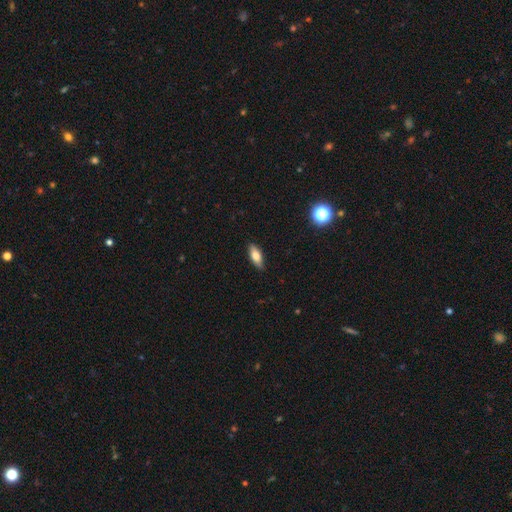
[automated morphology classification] smooth_or_featured: smooth (p=0.72) [alt: featured or disk p=0.21]
how_rounded: in between (p=0.71) [alt: cigar-shaped p=0.26]
merging: none (p=0.88) [alt: minor disturbance p=0.09]